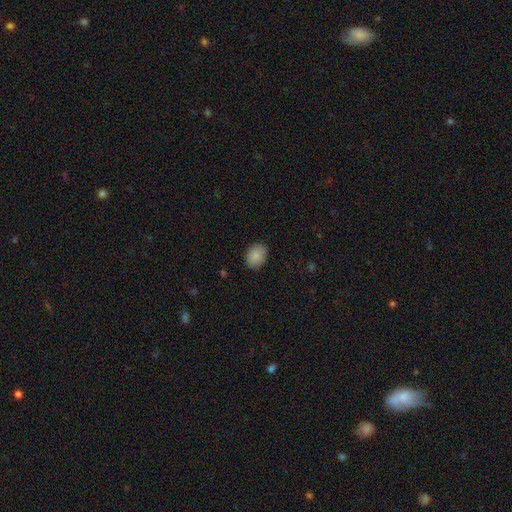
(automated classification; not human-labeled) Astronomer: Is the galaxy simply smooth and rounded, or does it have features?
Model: smooth — 88%.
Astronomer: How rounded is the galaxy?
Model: in between — 64%.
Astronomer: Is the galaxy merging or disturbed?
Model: none — 86%.